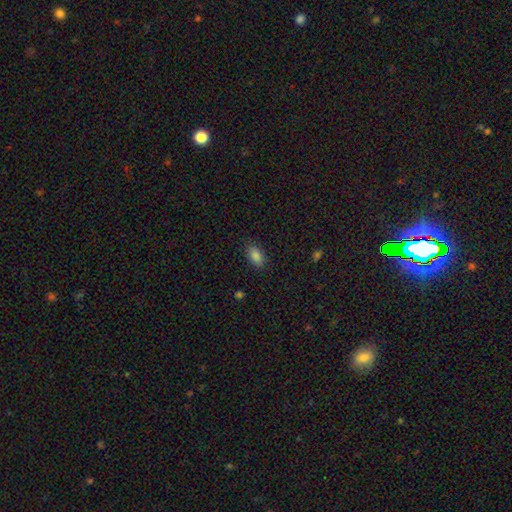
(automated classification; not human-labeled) smooth 85%, star or artifact 10%, featured or disk 5%. Down the decision tree: how rounded — in between (91%); merging — none (87%).